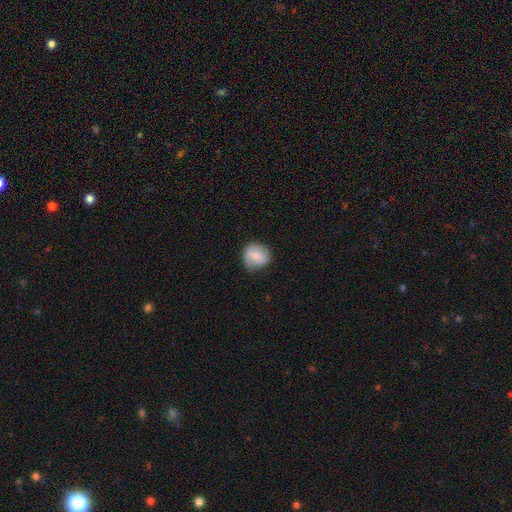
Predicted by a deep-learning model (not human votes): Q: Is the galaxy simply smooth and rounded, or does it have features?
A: smooth — 73%.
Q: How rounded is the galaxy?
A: round — 76%.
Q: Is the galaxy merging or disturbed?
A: none — 63%.